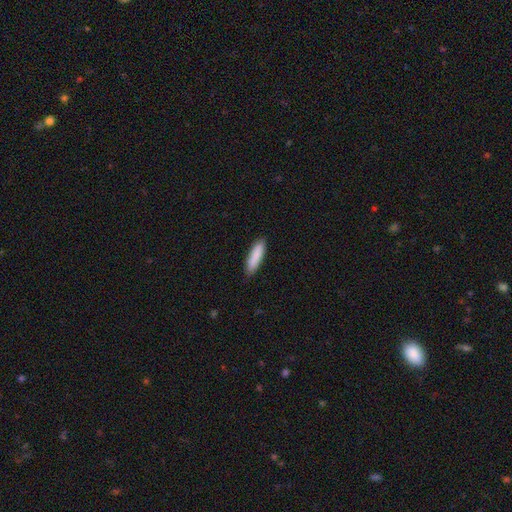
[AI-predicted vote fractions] The model was most divided on "how rounded": cigar-shaped: 67%, in between: 32%, round: 1%. More confident: smooth or featured — smooth (87%); merging — none (85%).